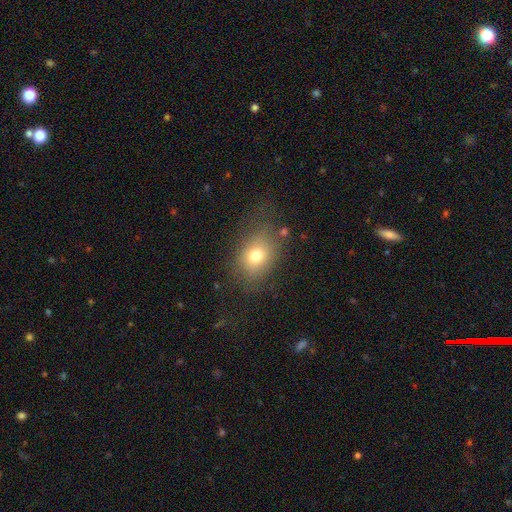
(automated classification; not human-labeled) This appears to be a smooth galaxy with no disk features (73%) that is in between round and cigar-shaped (61%). Merging: none (68%).